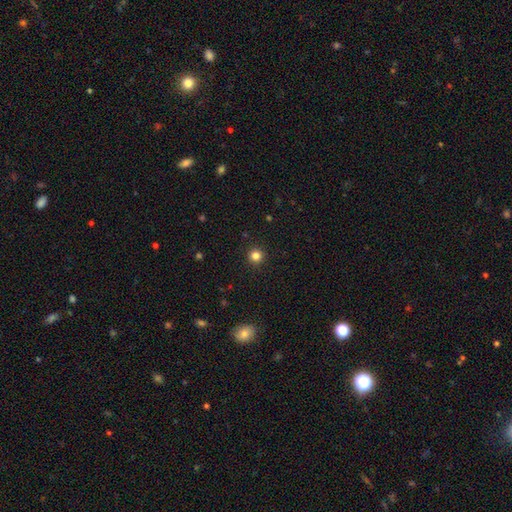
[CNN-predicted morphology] Q: Smooth or featured?
A: smooth (82%); runner-up: star or artifact (13%)
Q: How rounded?
A: round (95%); runner-up: in between (4%)
Q: Merging?
A: none (93%); runner-up: minor disturbance (5%)